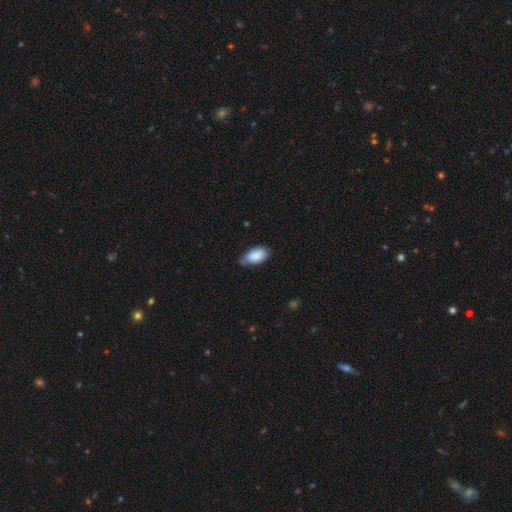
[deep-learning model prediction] Q: Smooth or featured?
A: smooth (87%); runner-up: featured or disk (6%)
Q: How rounded?
A: in between (94%); runner-up: round (3%)
Q: Merging?
A: none (65%); runner-up: minor disturbance (29%)